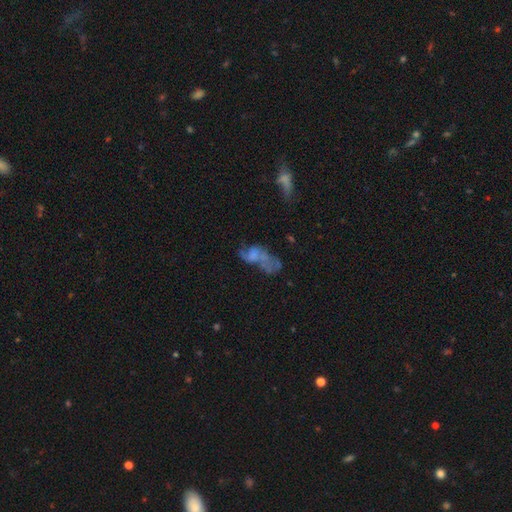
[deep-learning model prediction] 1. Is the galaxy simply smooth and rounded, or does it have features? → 51% featured or disk, 34% smooth, 15% star or artifact.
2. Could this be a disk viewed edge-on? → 95% no, 5% yes.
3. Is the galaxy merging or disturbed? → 35% major disturbance, 26% merger, 24% none, 15% minor disturbance.